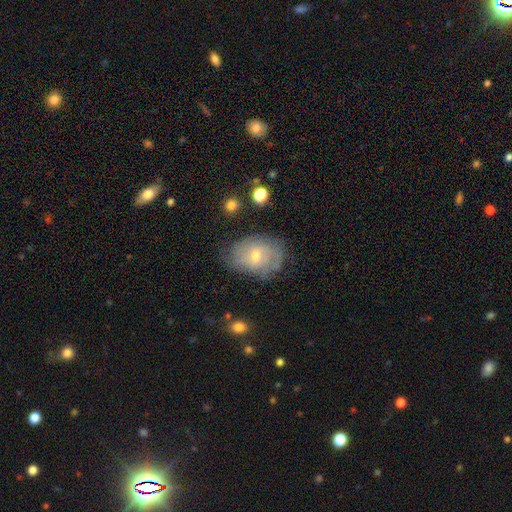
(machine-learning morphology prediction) This is possibly a featured or disk galaxy (53%). It is clearly not viewed edge-on (95%). Bar: likely no (68%). Spiral arm pattern: likely yes (68%). Central bulge: possibly small (51%). Merging: likely none (64%).